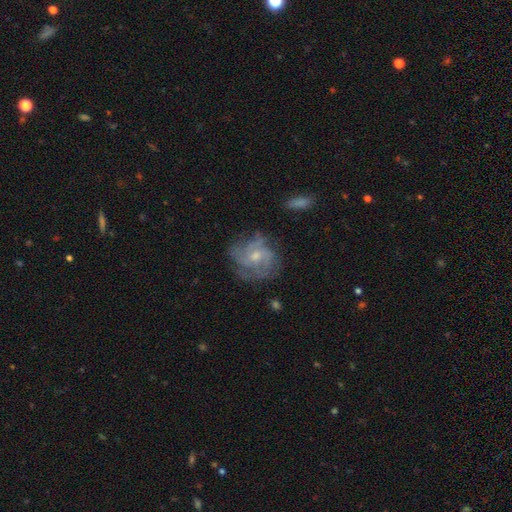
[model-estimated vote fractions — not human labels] smooth-or-featured: featured or disk: 73% | smooth: 19% | star or artifact: 8%
  disk-edge-on: no: 98% | yes: 2%
    bar: no: 63% | weak: 32% | strong: 4%
    has-spiral-arms: yes: 84% | no: 16%
      spiral-winding: medium: 43% | tight: 38% | loose: 19%
      spiral-arm-count: can't tell: 34% | 3: 27% | 2: 16% | 4: 13% | 1: 5% | more than 4: 5%
    bulge-size: moderate: 47% | small: 46% | none: 4% | large: 2% | dominant: 1%
  merging: none: 60% | minor disturbance: 22% | major disturbance: 16% | merger: 2%